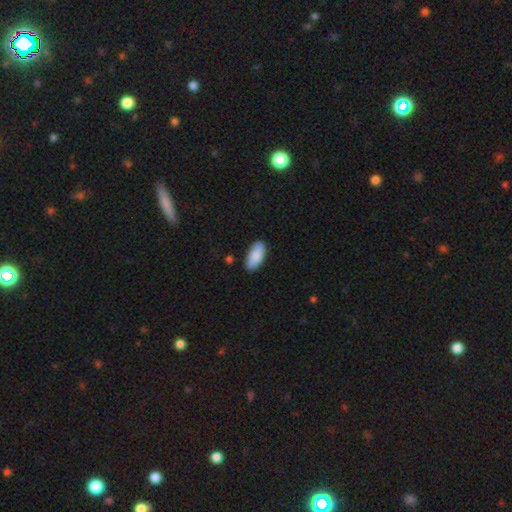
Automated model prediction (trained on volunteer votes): Overall: smooth (88%). How rounded: in between (92%). Merging: none (87%).